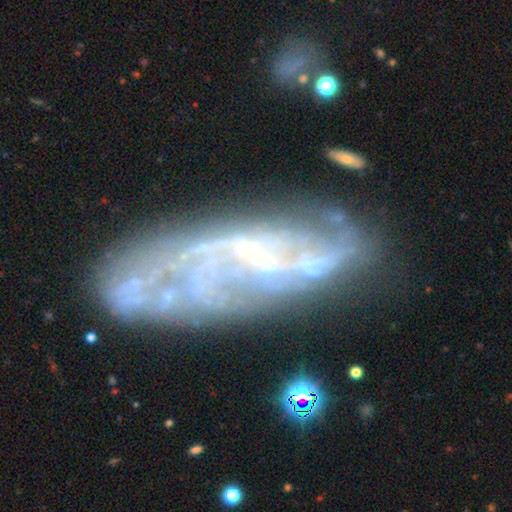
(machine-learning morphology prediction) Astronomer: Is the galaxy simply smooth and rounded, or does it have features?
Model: featured or disk — 80%.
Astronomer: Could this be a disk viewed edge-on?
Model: no — 88%.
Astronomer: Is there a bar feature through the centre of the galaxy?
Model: no — 45% (runner-up: weak, 39%).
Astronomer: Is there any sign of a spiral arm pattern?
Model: yes — 84%.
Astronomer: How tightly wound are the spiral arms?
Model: medium — 39% (runner-up: tight, 34%).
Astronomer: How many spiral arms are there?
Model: can't tell — 39% (runner-up: 2, 27%).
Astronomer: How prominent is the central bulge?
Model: small — 68%.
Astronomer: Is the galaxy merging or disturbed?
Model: none — 60%.